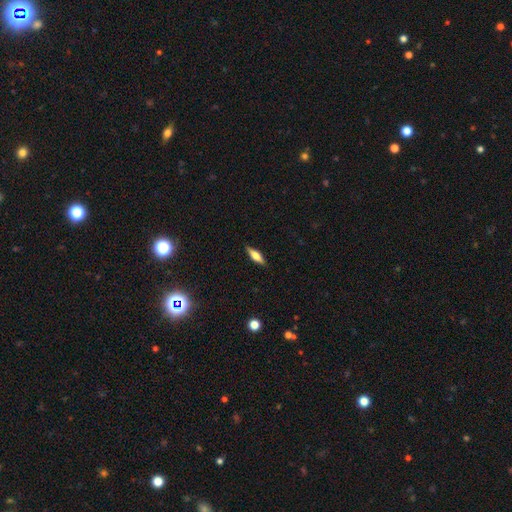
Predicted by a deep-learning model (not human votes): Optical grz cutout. It shows a smooth galaxy with no disk features (49%). Merging: none (89%).